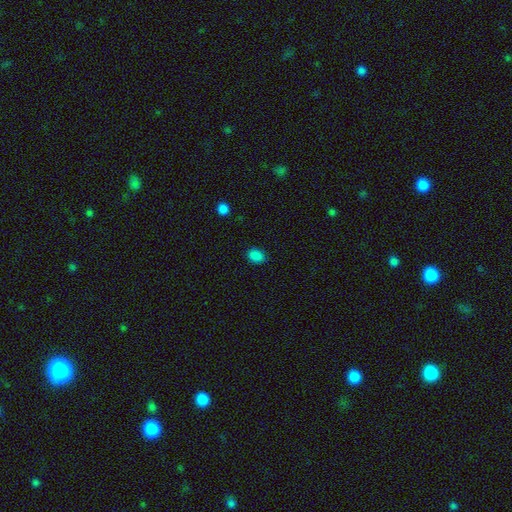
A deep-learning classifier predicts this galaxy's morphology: smooth_or_featured: smooth (p=0.85) [alt: star or artifact p=0.12]
how_rounded: in between (p=0.73) [alt: round p=0.26]
merging: none (p=0.87) [alt: minor disturbance p=0.10]